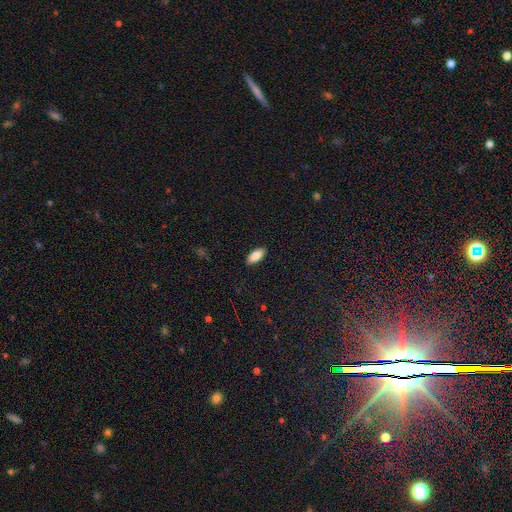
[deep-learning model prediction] The model was most divided on "smooth or featured": smooth: 84%, featured or disk: 10%, star or artifact: 7%. More confident: merging — none (90%); how rounded — in between (88%).